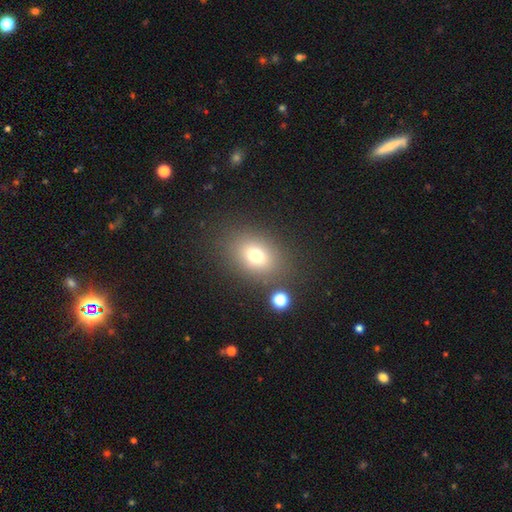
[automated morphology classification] Smooth or featured?
  - smooth: 74% *
  - star or artifact: 15%
  - featured or disk: 12%
How rounded?
  - in between: 65% *
  - round: 34%
  - cigar-shaped: 1%
Merging?
  - none: 80% *
  - minor disturbance: 10%
  - major disturbance: 5%
  - merger: 5%